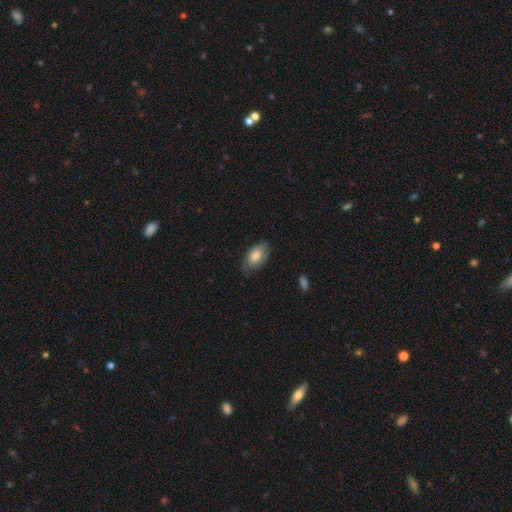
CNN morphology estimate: A smooth galaxy with no disk features (73%) that is in between round and cigar-shaped (93%).

Vote fractions:
- Smooth or featured? smooth: 73% / featured or disk: 21% / star or artifact: 6%
- How rounded? in between: 93% / round: 5% / cigar-shaped: 2%
- Merging? none: 70% / minor disturbance: 24% / major disturbance: 6% / merger: 1%